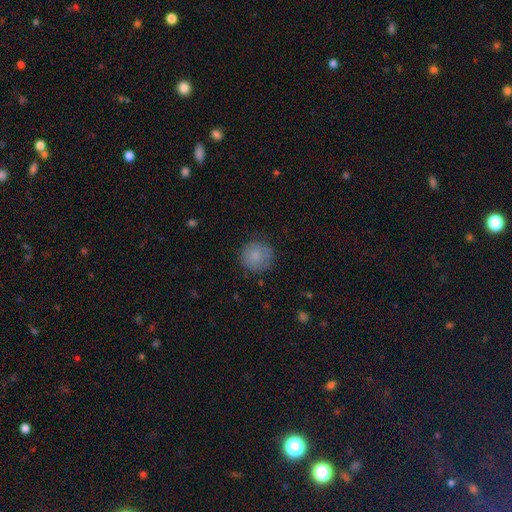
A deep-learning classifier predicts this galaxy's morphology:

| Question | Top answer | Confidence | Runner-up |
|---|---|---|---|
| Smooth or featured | smooth | 83% | featured or disk (9%) |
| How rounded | round | 93% | in between (6%) |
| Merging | none | 81% | minor disturbance (14%) |